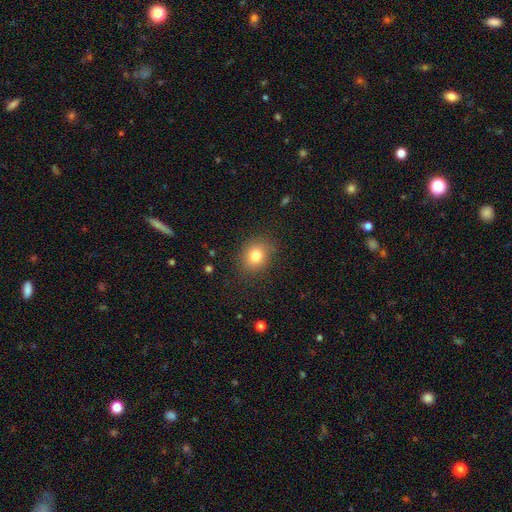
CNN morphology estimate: A smooth galaxy with no disk features (80%) that is round (61%). Merging: none (82%).